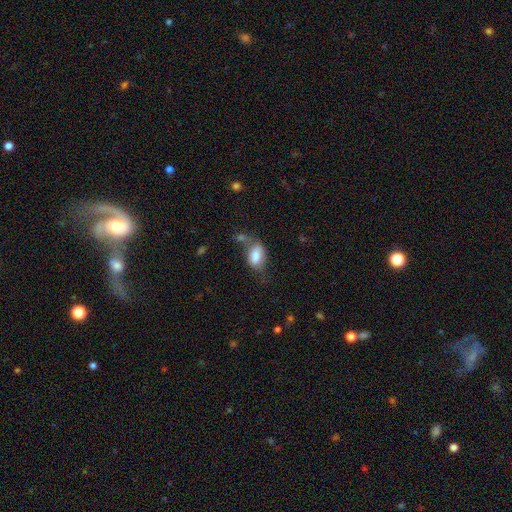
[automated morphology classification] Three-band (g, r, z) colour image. It shows a smooth galaxy with no disk features (81%) that is in between round and cigar-shaped (88%). Merging: none (44%).